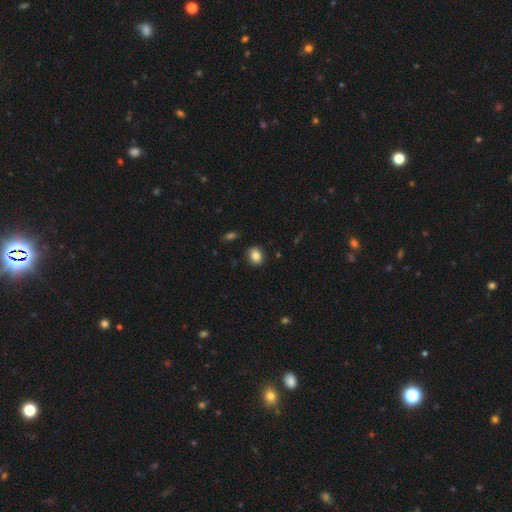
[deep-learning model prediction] This is clearly a smooth galaxy (85%). How rounded: possibly round (50%). Merging: clearly none (88%).